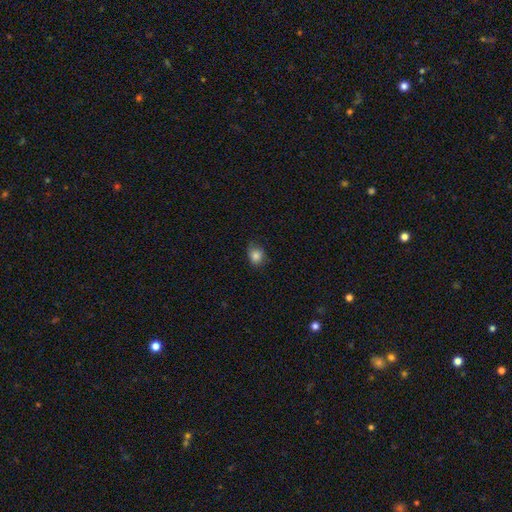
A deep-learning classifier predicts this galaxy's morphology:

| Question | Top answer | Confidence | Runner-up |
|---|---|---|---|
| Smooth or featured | smooth | 84% | star or artifact (11%) |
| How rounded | round | 64% | in between (35%) |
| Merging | none | 72% | minor disturbance (23%) |